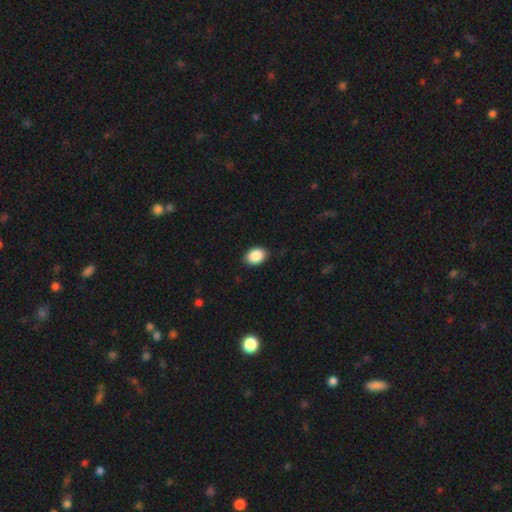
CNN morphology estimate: Q: Smooth or featured?
A: smooth (89%); runner-up: star or artifact (7%)
Q: How rounded?
A: in between (73%); runner-up: round (26%)
Q: Merging?
A: none (88%); runner-up: minor disturbance (9%)